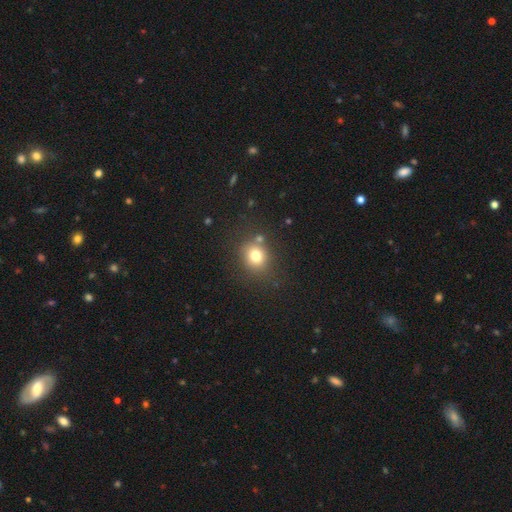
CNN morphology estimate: smooth 76%, star or artifact 14%, featured or disk 9%. Down the decision tree: how rounded — round (75%); merging — none (75%).